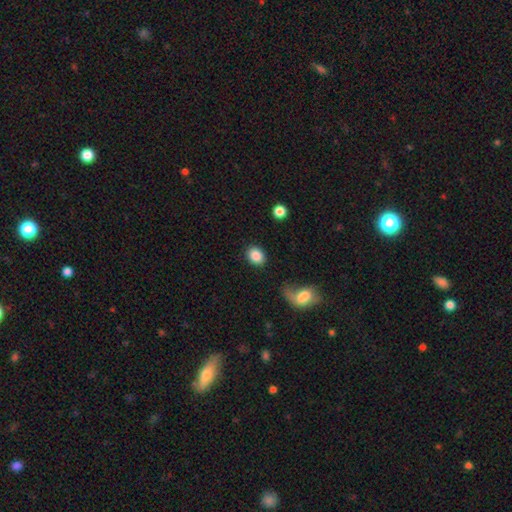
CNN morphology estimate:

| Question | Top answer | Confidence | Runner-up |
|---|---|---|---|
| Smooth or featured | smooth | 87% | star or artifact (8%) |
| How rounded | in between | 51% | round (48%) |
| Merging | none | 85% | minor disturbance (9%) |